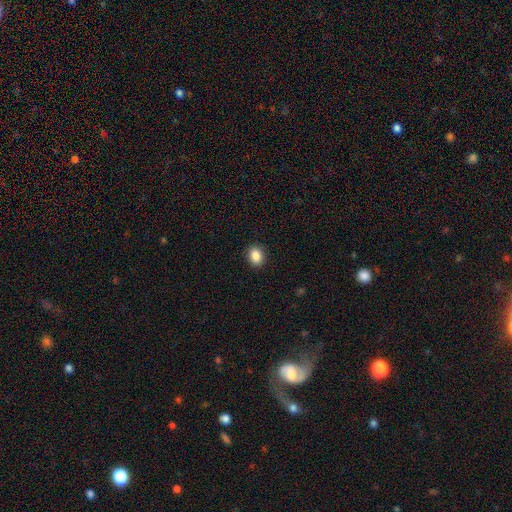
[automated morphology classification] smooth-or-featured: smooth: 87% | star or artifact: 9% | featured or disk: 4%
  how-rounded: in between: 59% | round: 40% | cigar-shaped: 1%
  merging: none: 90% | minor disturbance: 7% | major disturbance: 2% | merger: 1%